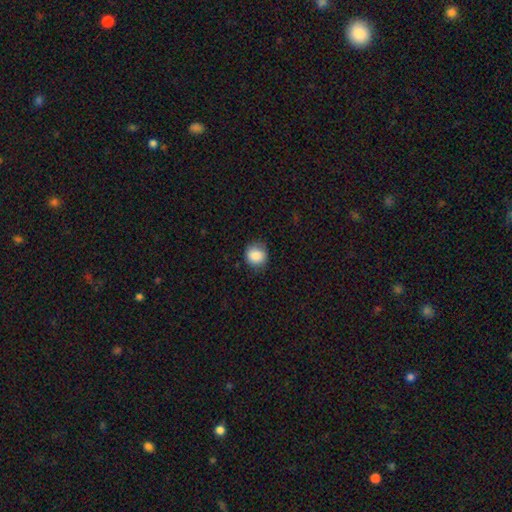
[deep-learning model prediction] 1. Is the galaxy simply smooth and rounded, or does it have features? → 86% smooth, 9% star or artifact, 5% featured or disk.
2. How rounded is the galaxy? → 89% round, 10% in between, 1% cigar-shaped.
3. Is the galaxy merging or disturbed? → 82% none, 14% minor disturbance, 3% major disturbance, 1% merger.